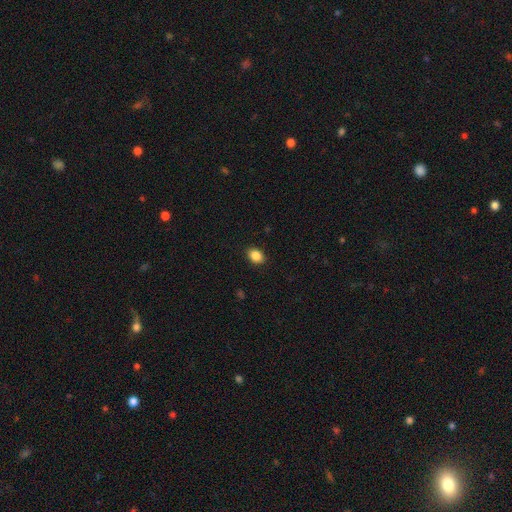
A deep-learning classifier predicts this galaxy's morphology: smooth 87%, star or artifact 9%, featured or disk 4%. Down the decision tree: how rounded — in between (71%); merging — none (89%).